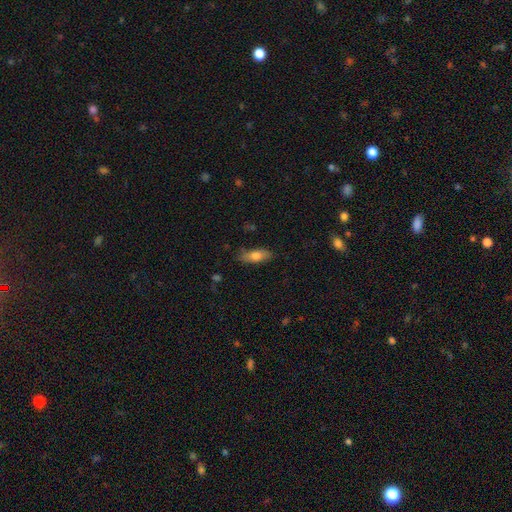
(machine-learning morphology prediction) Smooth or featured?
  - smooth: 75% *
  - featured or disk: 19%
  - star or artifact: 7%
How rounded?
  - in between: 67% *
  - cigar-shaped: 31%
  - round: 3%
Merging?
  - none: 80% *
  - minor disturbance: 15%
  - major disturbance: 3%
  - merger: 2%